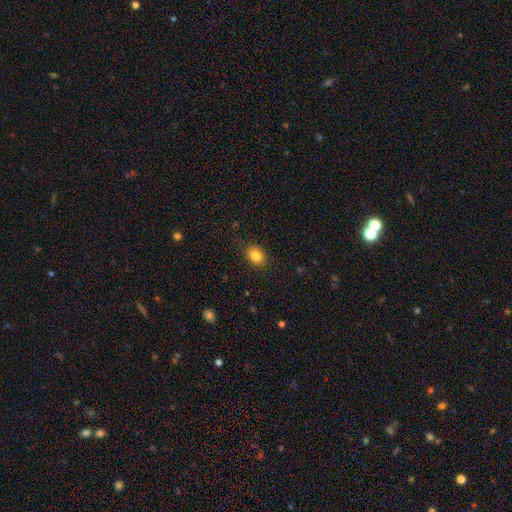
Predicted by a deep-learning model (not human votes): Overall: smooth (84%). How rounded: in between (65%; round 34%). Merging: none (85%).